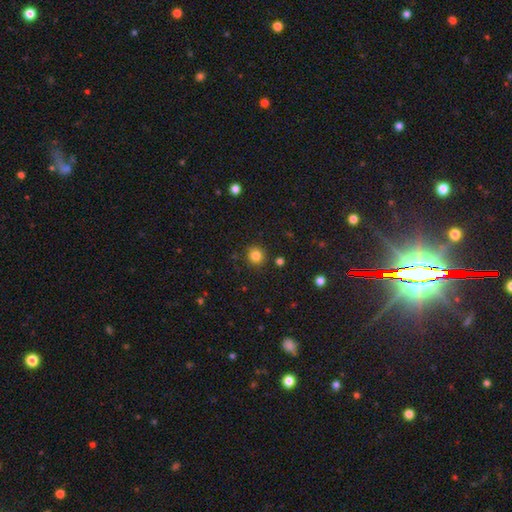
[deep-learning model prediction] Q: Smooth or featured?
A: smooth (83%); runner-up: star or artifact (12%)
Q: How rounded?
A: round (93%); runner-up: in between (6%)
Q: Merging?
A: none (89%); runner-up: minor disturbance (7%)